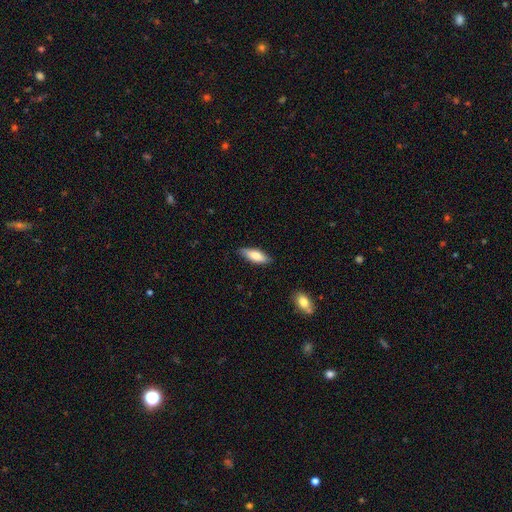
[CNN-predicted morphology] This appears to be a smooth galaxy with no disk features (78%) that is in between round and cigar-shaped (61%). Merging: none (82%).